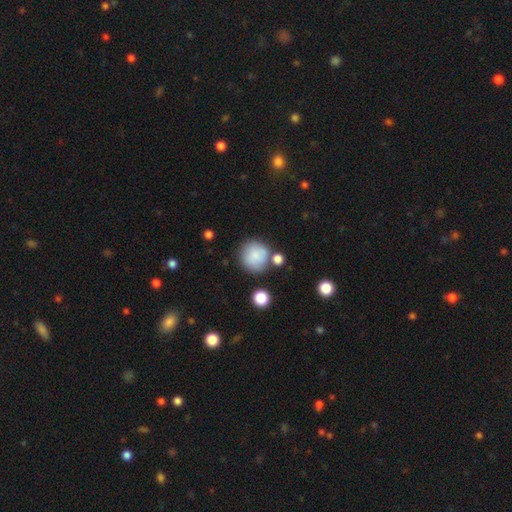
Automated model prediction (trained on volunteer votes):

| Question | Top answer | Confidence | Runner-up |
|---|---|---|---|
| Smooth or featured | smooth | 83% | star or artifact (9%) |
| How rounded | round | 93% | in between (6%) |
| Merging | none | 69% | minor disturbance (14%) |